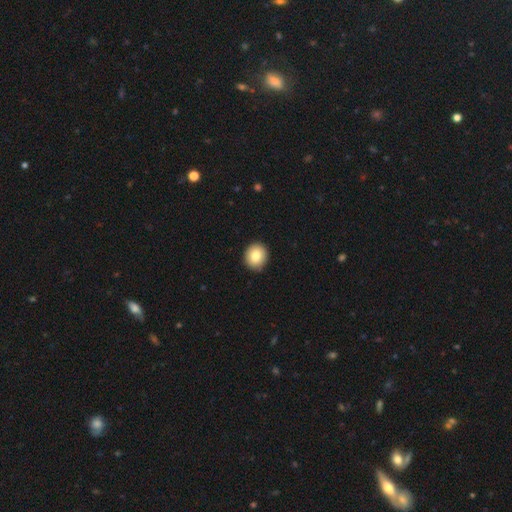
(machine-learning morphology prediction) Q: Smooth or featured?
A: smooth (83%); runner-up: featured or disk (9%)
Q: How rounded?
A: round (81%); runner-up: in between (18%)
Q: Merging?
A: none (90%); runner-up: minor disturbance (7%)